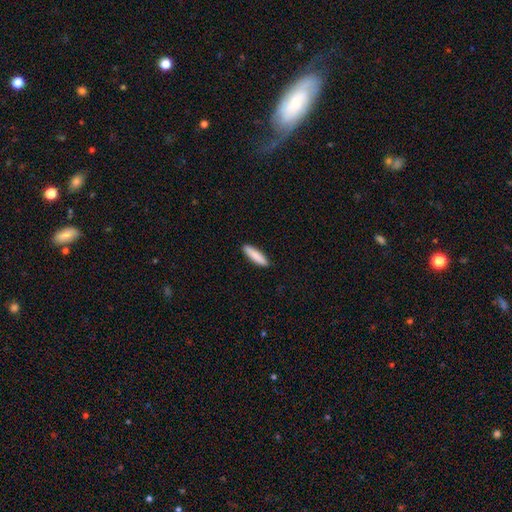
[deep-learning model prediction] Q: Smooth or featured?
A: smooth (87%); runner-up: featured or disk (8%)
Q: How rounded?
A: cigar-shaped (76%); runner-up: in between (23%)
Q: Merging?
A: none (91%); runner-up: minor disturbance (6%)